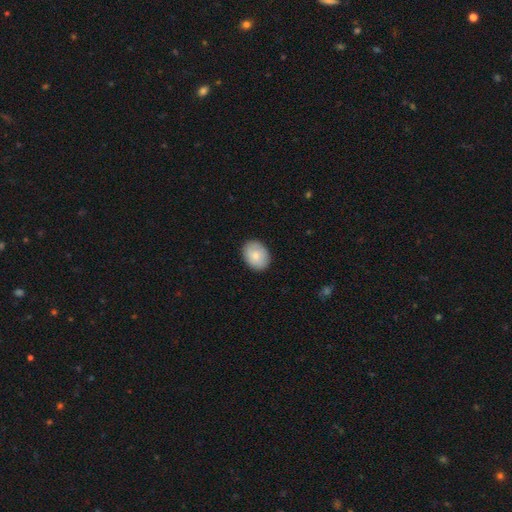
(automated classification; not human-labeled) smooth 80%, featured or disk 13%, star or artifact 6%. Down the decision tree: how rounded — in between (62%); merging — none (88%).